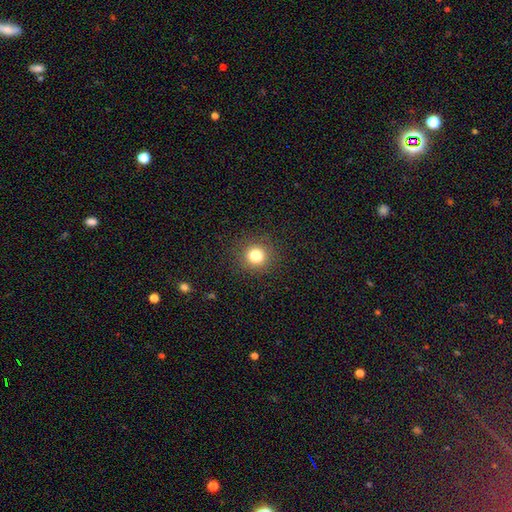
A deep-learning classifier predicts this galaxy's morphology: Q: Smooth or featured?
A: smooth (80%); runner-up: star or artifact (13%)
Q: How rounded?
A: round (93%); runner-up: in between (6%)
Q: Merging?
A: none (90%); runner-up: minor disturbance (6%)